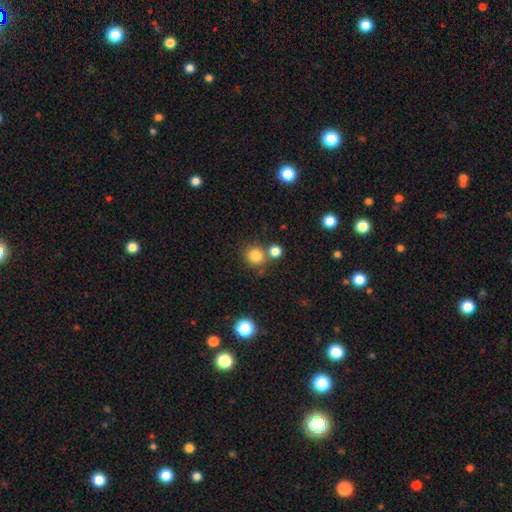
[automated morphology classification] A smooth galaxy with no disk features (81%) that is round (89%).

Vote fractions:
- Smooth or featured? smooth: 81% / star or artifact: 13% / featured or disk: 6%
- How rounded? round: 89% / in between: 10% / cigar-shaped: 1%
- Merging? none: 69% / merger: 19% / minor disturbance: 8% / major disturbance: 3%